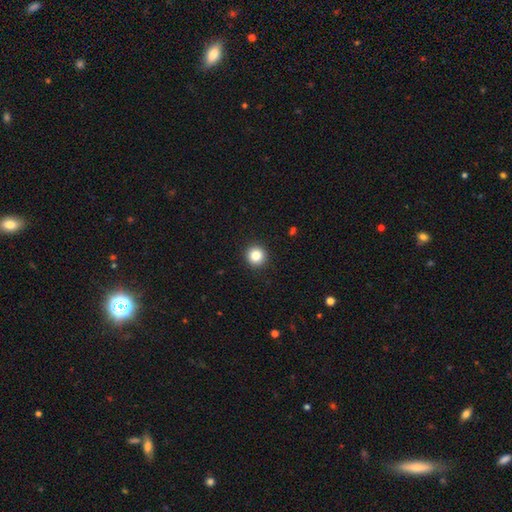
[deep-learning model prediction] Smooth or featured? smooth (85%)
How rounded? round (94%)
Merging? none (93%)